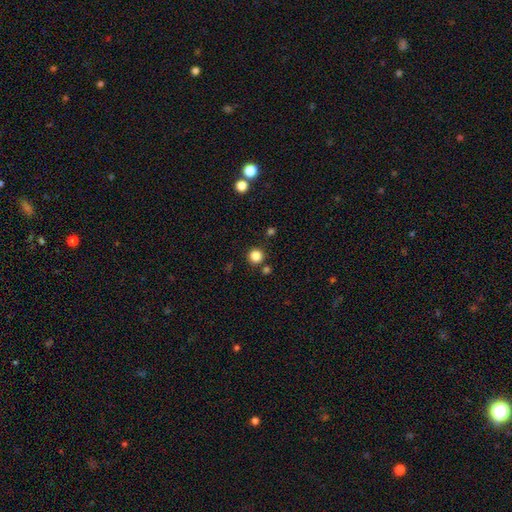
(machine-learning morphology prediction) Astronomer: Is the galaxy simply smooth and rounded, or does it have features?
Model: smooth — 84%.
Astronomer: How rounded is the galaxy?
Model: round — 95%.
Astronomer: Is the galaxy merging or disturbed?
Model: none — 85%.